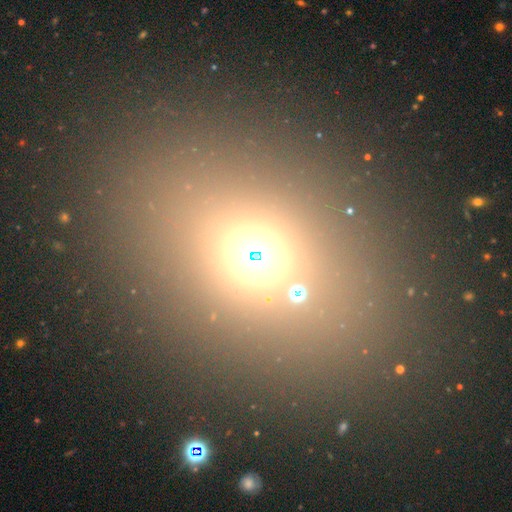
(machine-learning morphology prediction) A smooth galaxy with no disk features (55%) that is in between round and cigar-shaped (57%).

Vote fractions:
- Smooth or featured? smooth: 55% / star or artifact: 33% / featured or disk: 12%
- How rounded? in between: 57% / round: 40% / cigar-shaped: 2%
- Merging? none: 82% / minor disturbance: 9% / major disturbance: 5% / merger: 4%